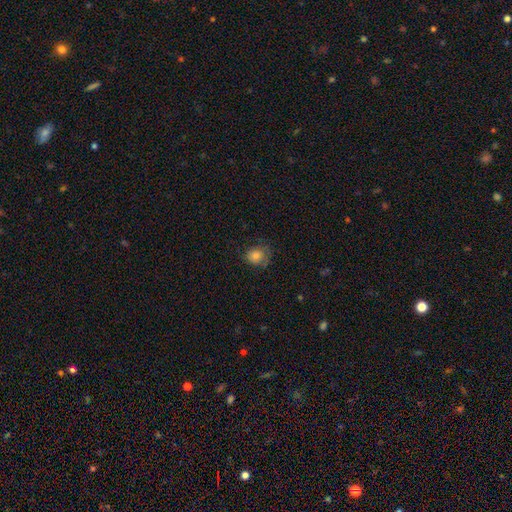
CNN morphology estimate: type=smooth (79%); roundness=round (79%); merging=none (68%).